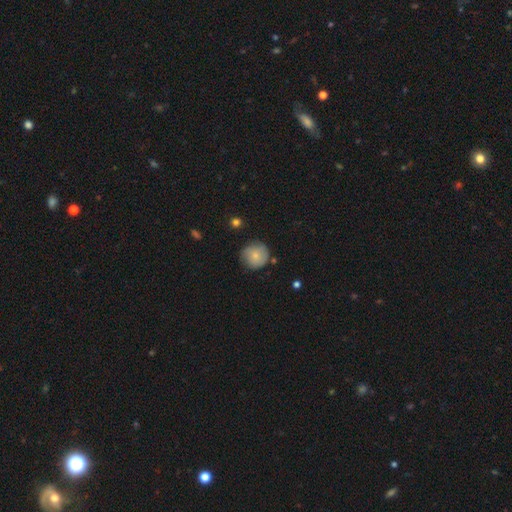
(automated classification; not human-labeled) smooth 76%, featured or disk 17%, star or artifact 7%. Down the decision tree: how rounded — round (94%); merging — none (77%).